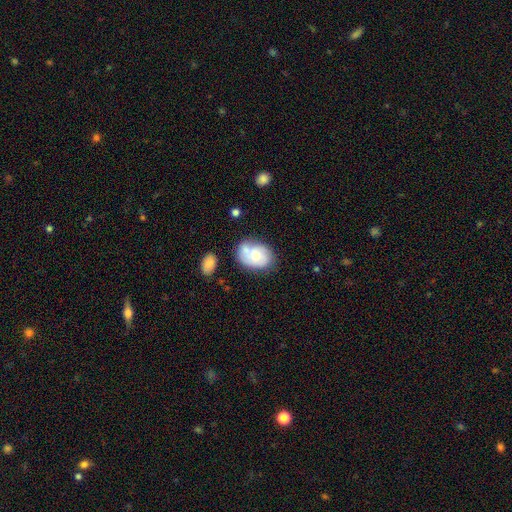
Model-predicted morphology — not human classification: A smooth galaxy with no disk features (56%) that is in between round and cigar-shaped (67%).

Vote fractions:
- Smooth or featured? smooth: 56% / featured or disk: 37% / star or artifact: 7%
- How rounded? in between: 67% / round: 32% / cigar-shaped: 1%
- Merging? none: 45% / merger: 25% / minor disturbance: 22% / major disturbance: 8%